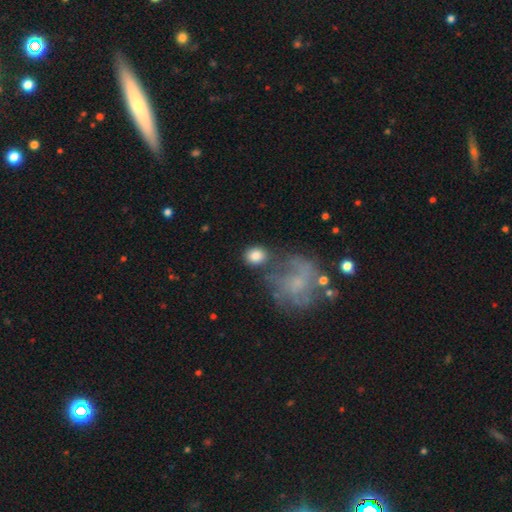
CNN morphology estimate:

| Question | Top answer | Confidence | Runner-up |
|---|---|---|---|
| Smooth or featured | smooth | 84% | featured or disk (9%) |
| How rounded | round | 68% | in between (31%) |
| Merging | none | 68% | minor disturbance (14%) |